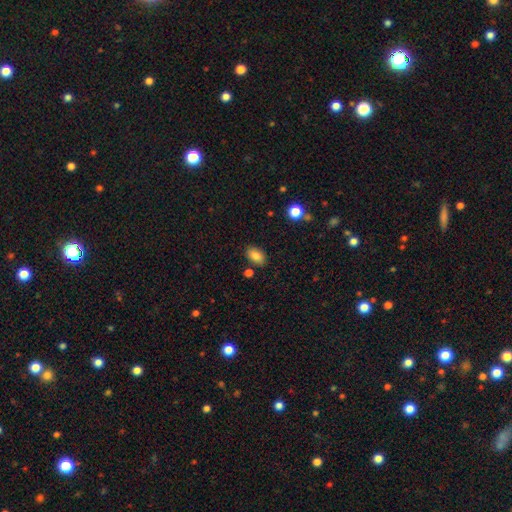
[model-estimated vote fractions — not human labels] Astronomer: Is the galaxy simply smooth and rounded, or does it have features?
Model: smooth — 85%.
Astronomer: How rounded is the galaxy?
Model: in between — 89%.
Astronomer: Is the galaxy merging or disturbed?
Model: none — 82%.